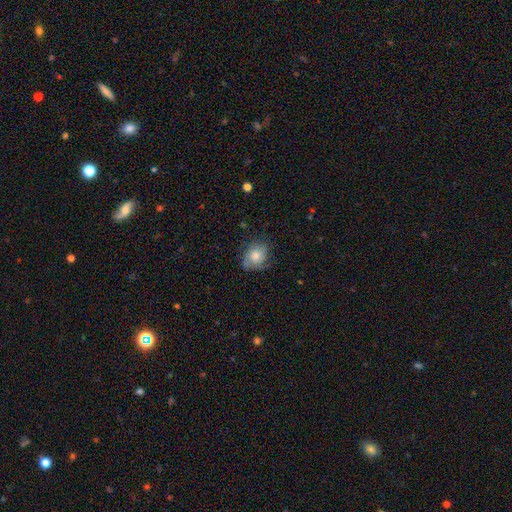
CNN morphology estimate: This appears to be a smooth galaxy with no disk features (46%). Merging: none (62%).